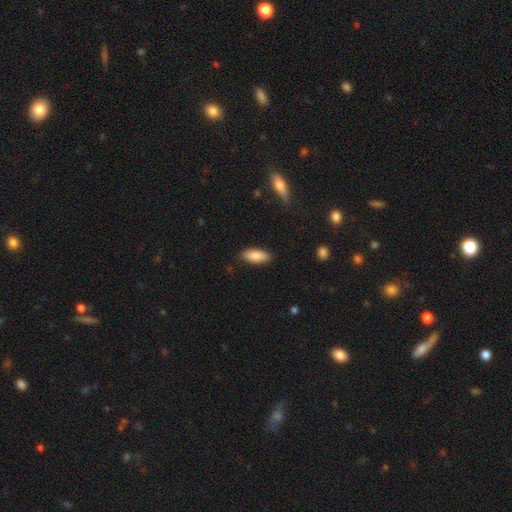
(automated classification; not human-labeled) Morphology: type=smooth (85%); roundness=in between (80%); merging=none (84%).